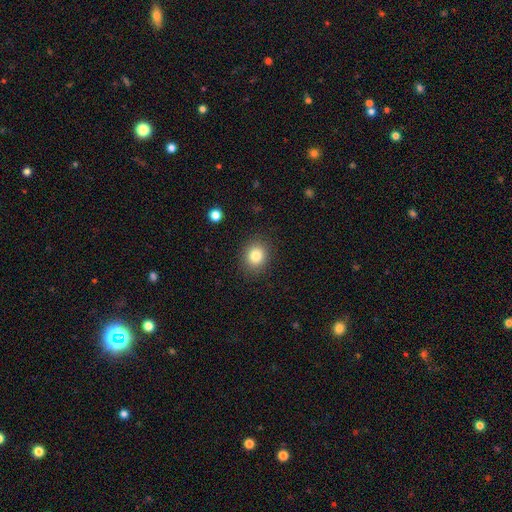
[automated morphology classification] A smooth galaxy with no disk features (83%) that is round (70%).

Vote fractions:
- Smooth or featured? smooth: 83% / star or artifact: 10% / featured or disk: 7%
- How rounded? round: 70% / in between: 29% / cigar-shaped: 1%
- Merging? none: 88% / minor disturbance: 8% / major disturbance: 3% / merger: 1%